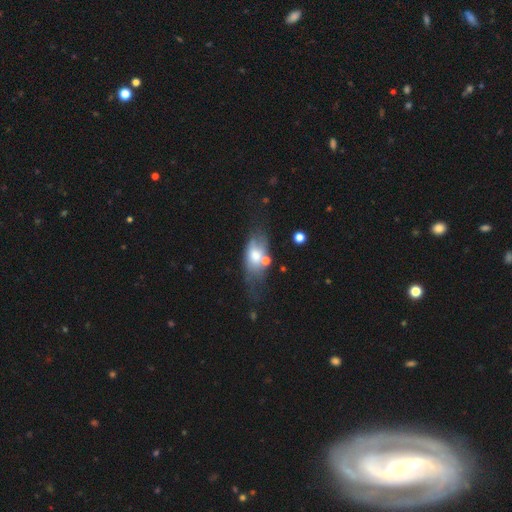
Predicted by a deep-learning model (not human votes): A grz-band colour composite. It shows a smooth galaxy with no disk features (55%) that is in between round and cigar-shaped (87%). Merging: none (31%).